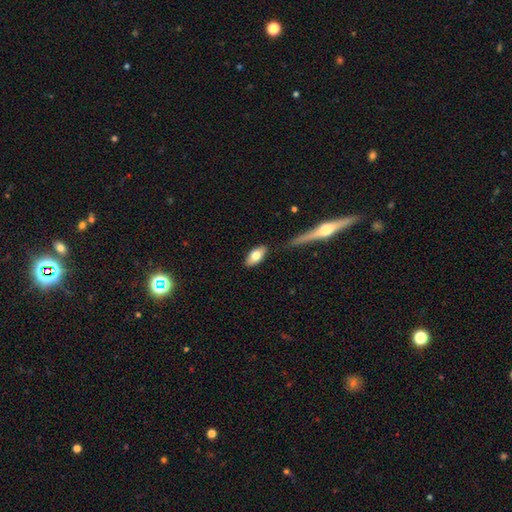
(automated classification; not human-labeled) Overall: smooth (75%). How rounded: in between (89%). Merging: none (84%).